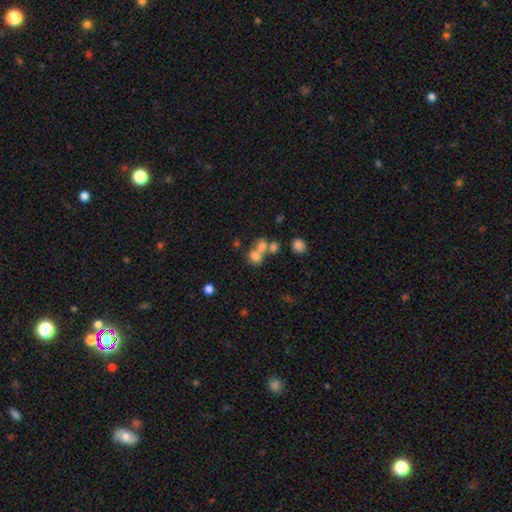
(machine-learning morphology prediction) Smooth or featured? smooth (70%)
How rounded? round (63%)
Merging? merger (55%)